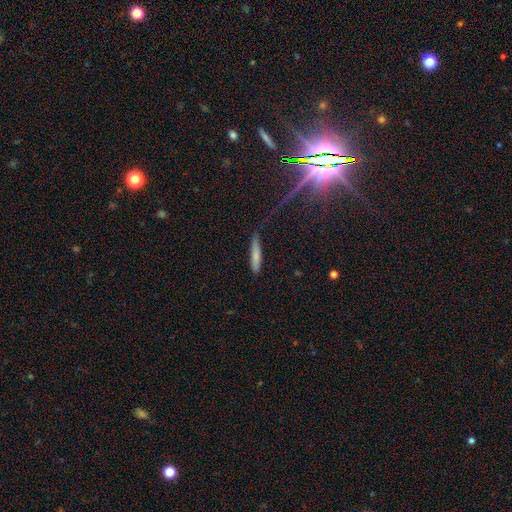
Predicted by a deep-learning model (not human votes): smooth_or_featured: smooth (p=0.75) [alt: featured or disk p=0.17]
how_rounded: cigar-shaped (p=0.87) [alt: in between p=0.11]
merging: none (p=0.74) [alt: minor disturbance p=0.19]